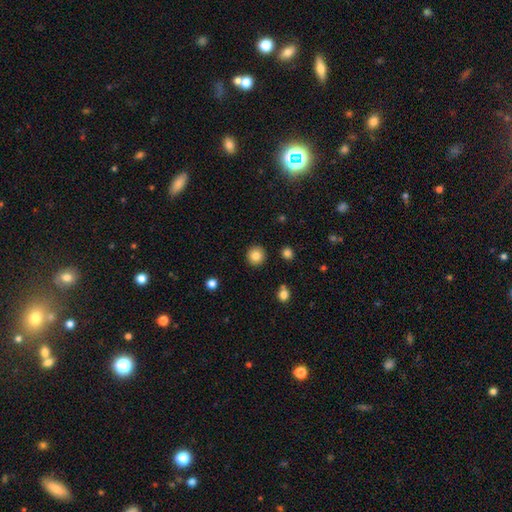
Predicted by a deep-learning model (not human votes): Morphology: type=smooth (84%); roundness=round (94%); merging=none (92%).